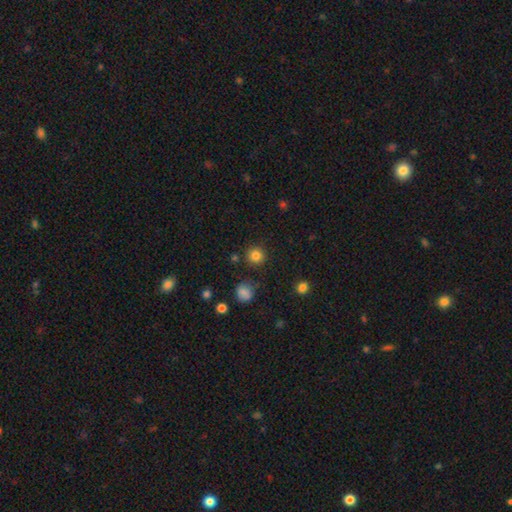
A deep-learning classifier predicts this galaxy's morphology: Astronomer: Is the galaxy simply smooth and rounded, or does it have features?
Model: smooth — 82%.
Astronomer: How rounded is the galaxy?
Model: round — 93%.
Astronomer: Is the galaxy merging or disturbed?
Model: none — 87%.